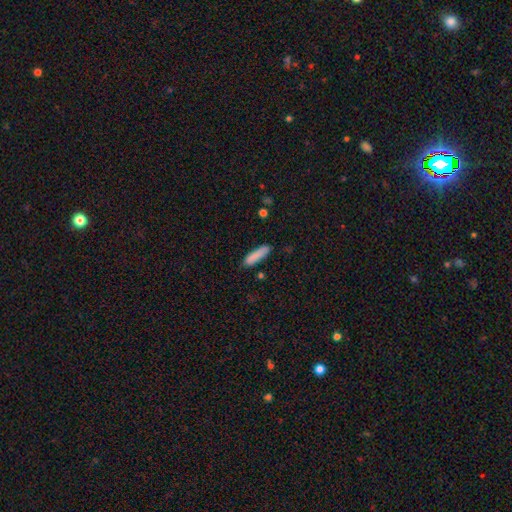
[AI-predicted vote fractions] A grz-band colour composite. It shows a smooth galaxy with no disk features (86%) that is cigar-shaped (77%). Merging: none (82%).